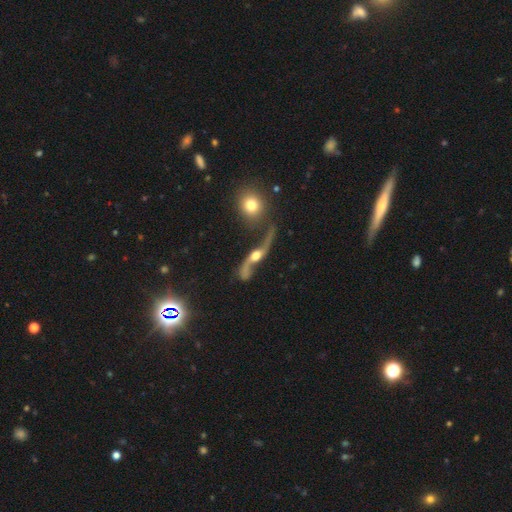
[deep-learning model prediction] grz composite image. It shows a featured or disk galaxy (86%) with no bar (61%), 2 (93%) loose (92%) spiral arms (93%) and a moderate central bulge (60%). Merging: none (53%).